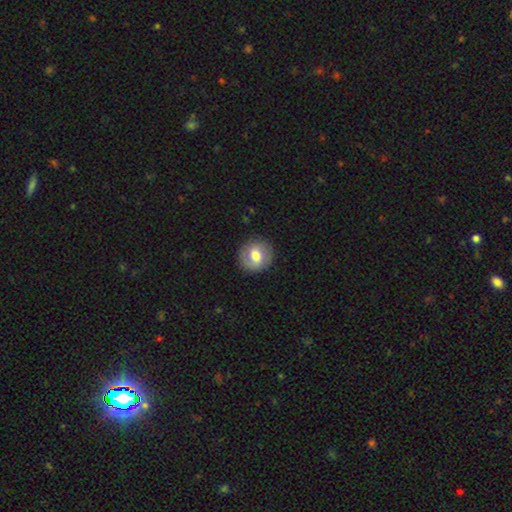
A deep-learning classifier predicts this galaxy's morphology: smooth 60%, featured or disk 33%, star or artifact 7%. Down the decision tree: how rounded — round (87%); merging — none (87%).